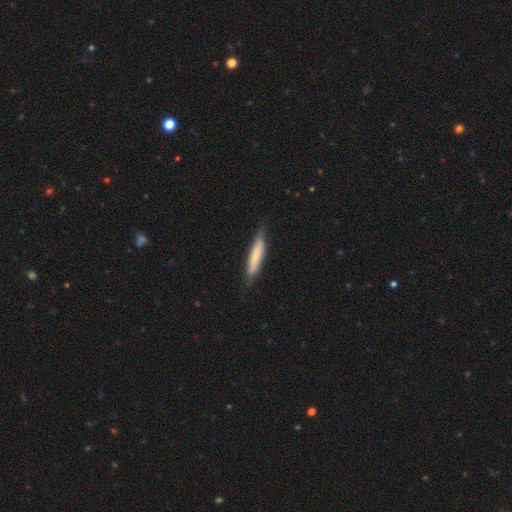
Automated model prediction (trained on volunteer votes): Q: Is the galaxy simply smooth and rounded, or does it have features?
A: smooth — 70%.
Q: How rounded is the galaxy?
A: cigar-shaped — 86%.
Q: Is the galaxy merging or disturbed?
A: none — 69%.